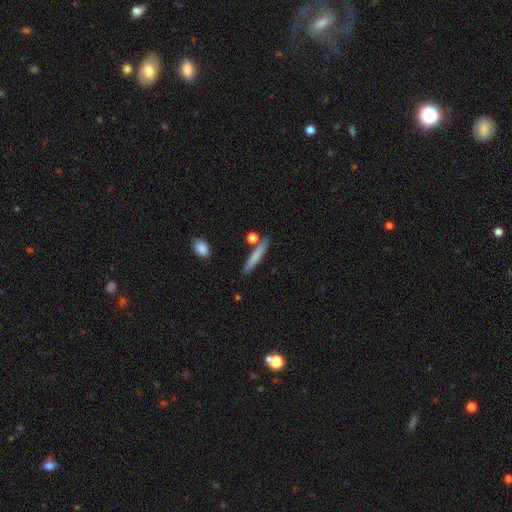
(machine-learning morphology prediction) Q: Smooth or featured?
A: smooth (72%); runner-up: featured or disk (21%)
Q: How rounded?
A: cigar-shaped (90%); runner-up: in between (7%)
Q: Merging?
A: none (79%); runner-up: minor disturbance (10%)